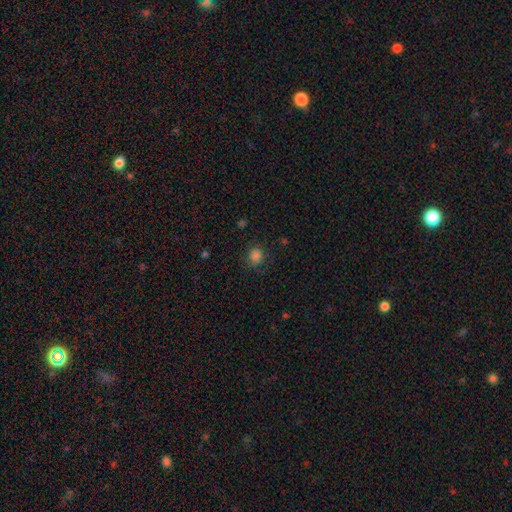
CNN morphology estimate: Smooth or featured? smooth (84%)
How rounded? round (77%)
Merging? none (82%)